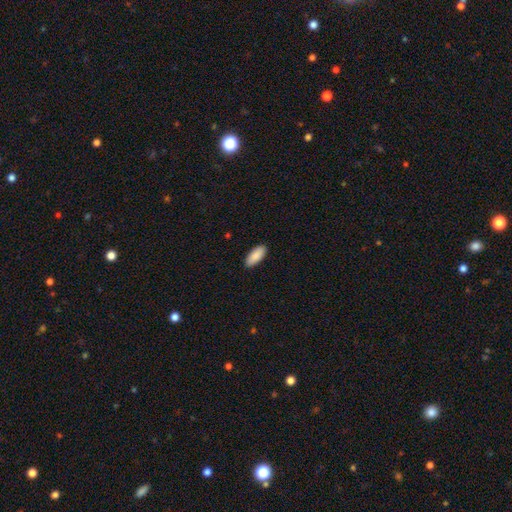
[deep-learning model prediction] Smooth or featured? smooth (89%)
How rounded? in between (86%)
Merging? none (90%)